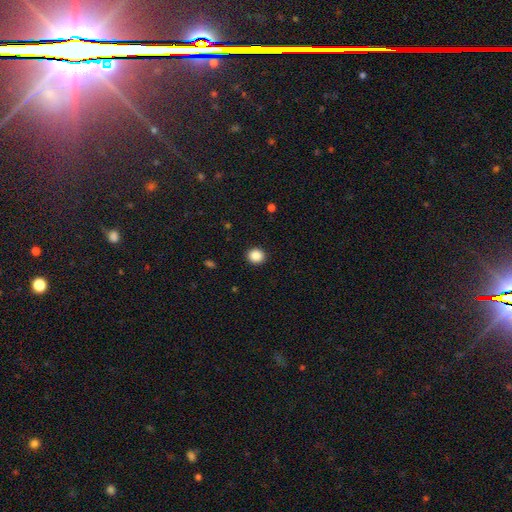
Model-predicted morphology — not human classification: Smooth or featured: smooth — 87% (star or artifact — 10%)
How rounded: round — 83% (in between — 16%)
Merging: none — 92% (minor disturbance — 5%)